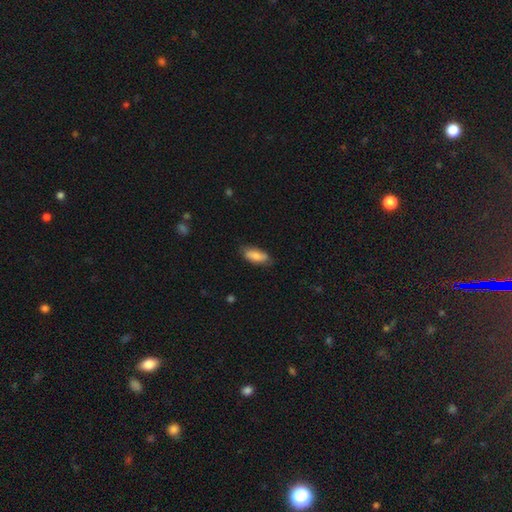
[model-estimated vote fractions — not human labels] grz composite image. It shows a smooth galaxy with no disk features (80%) that is in between round and cigar-shaped (84%). Merging: none (75%).